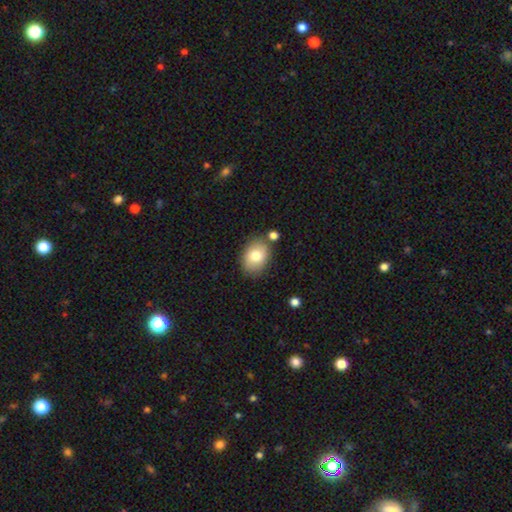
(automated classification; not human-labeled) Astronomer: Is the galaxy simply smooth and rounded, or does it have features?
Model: smooth — 80%.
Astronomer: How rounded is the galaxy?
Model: in between — 76%.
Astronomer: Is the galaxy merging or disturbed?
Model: none — 77%.